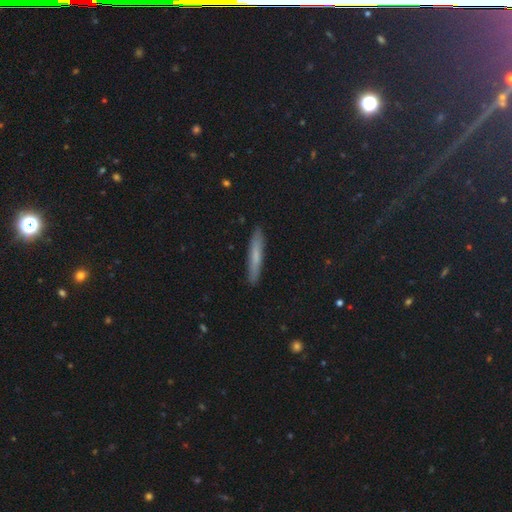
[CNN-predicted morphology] Smooth or featured?
  - smooth: 65% *
  - featured or disk: 26%
  - star or artifact: 9%
How rounded?
  - cigar-shaped: 93% *
  - in between: 5%
  - round: 2%
Merging?
  - none: 90% *
  - minor disturbance: 8%
  - major disturbance: 2%
  - merger: 1%